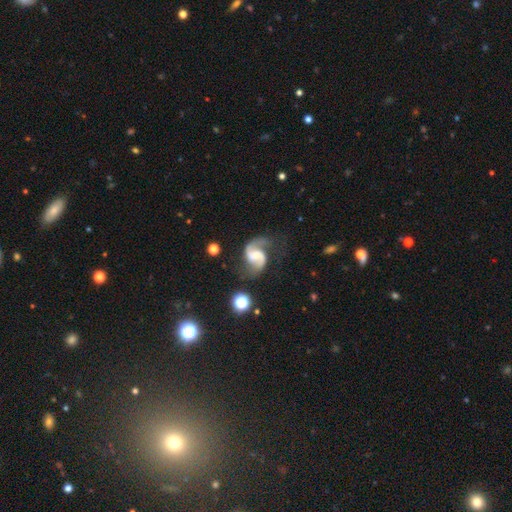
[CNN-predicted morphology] Smooth or featured? Predicted: featured or disk (p=0.89). Edge-on disk? Predicted: no (p=0.98). Bar? Predicted: weak (p=0.46). Spiral arms? Predicted: yes (p=0.97). Spiral winding? Predicted: medium (p=0.46). Spiral arm count? Predicted: 2 (p=0.90). Bulge size? Predicted: small (p=0.44). Merging? Predicted: none (p=0.64).